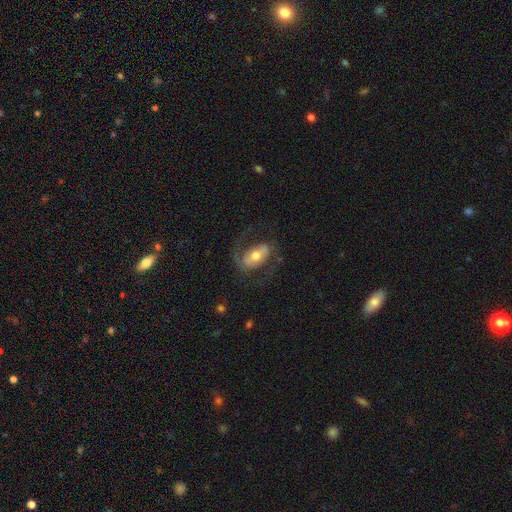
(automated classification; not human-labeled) Smooth or featured: featured or disk — 71% (smooth — 23%)
Edge-on disk: no — 95% (yes — 5%)
Bar: strong — 37% (weak — 34%)
Spiral arms: yes — 81% (no — 19%)
Spiral winding: medium — 49% (loose — 33%)
Spiral arm count: 2 — 86% (can't tell — 6%)
Bulge size: moderate — 67% (small — 16%)
Merging: none — 67% (major disturbance — 17%)